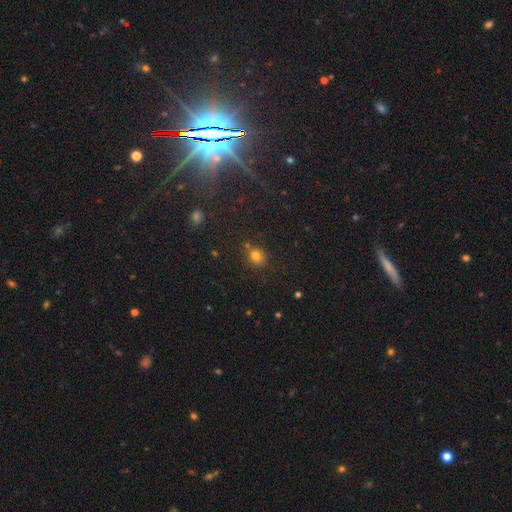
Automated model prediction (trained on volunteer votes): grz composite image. It shows a smooth galaxy with no disk features (75%) that is round (73%). Merging: none (74%).